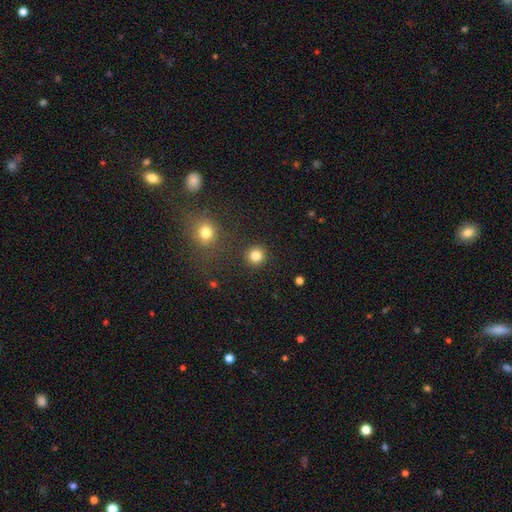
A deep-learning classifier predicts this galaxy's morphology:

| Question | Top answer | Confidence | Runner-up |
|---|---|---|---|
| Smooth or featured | smooth | 84% | star or artifact (12%) |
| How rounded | round | 94% | in between (5%) |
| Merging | none | 90% | minor disturbance (5%) |